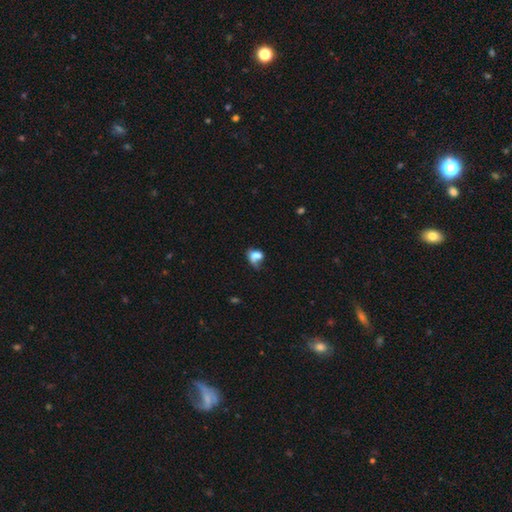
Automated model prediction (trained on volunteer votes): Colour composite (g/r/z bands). It shows a smooth galaxy with no disk features (64%) that is in between round and cigar-shaped (70%). Merging: major disturbance (34%).